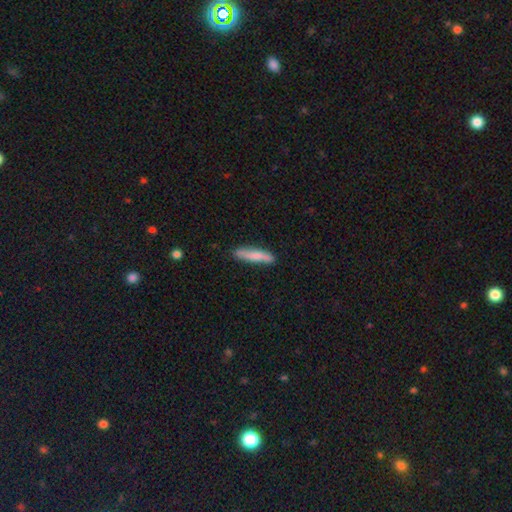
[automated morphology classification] smooth_or_featured: smooth (p=0.72) [alt: featured or disk p=0.23]
how_rounded: cigar-shaped (p=0.87) [alt: in between p=0.11]
merging: none (p=0.81) [alt: minor disturbance p=0.14]